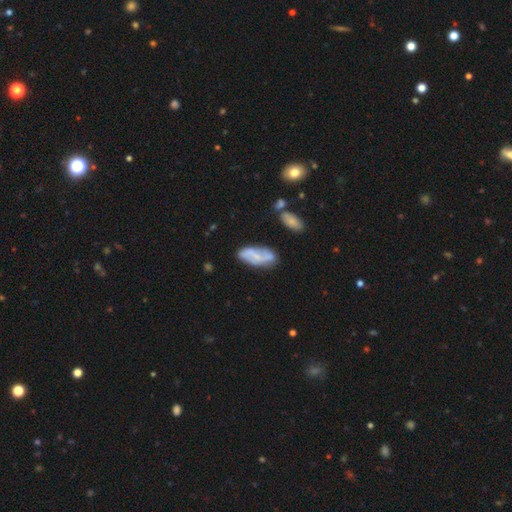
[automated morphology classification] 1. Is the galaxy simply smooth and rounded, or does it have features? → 52% featured or disk, 40% smooth, 7% star or artifact.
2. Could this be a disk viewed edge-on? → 91% no, 9% yes.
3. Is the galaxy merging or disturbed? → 70% none, 19% minor disturbance, 6% major disturbance, 5% merger.